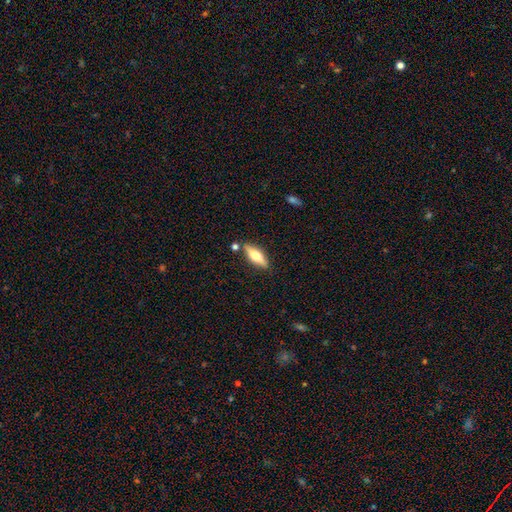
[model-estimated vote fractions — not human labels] Morphology: type=smooth (48%); merging=none (82%).